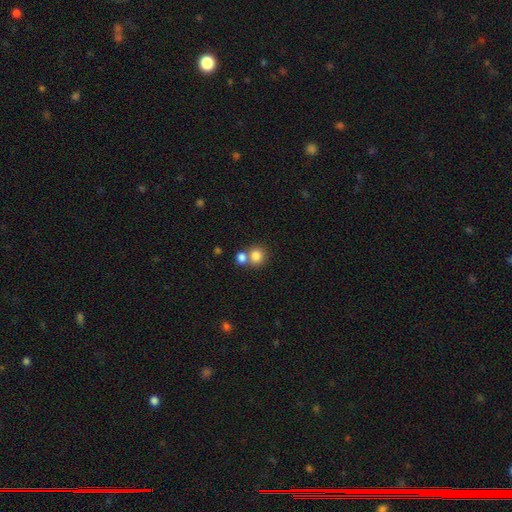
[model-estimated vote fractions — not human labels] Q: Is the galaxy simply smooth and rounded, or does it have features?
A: smooth — 82%.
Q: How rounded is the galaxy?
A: round — 83%.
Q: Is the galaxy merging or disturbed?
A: none — 51%.